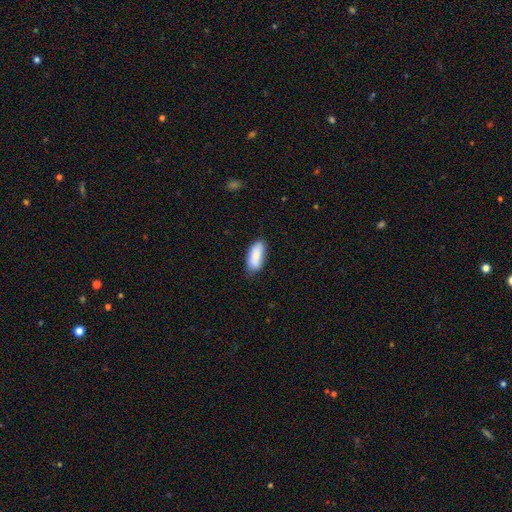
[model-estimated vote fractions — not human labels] A smooth galaxy with no disk features (80%) that is in between round and cigar-shaped (83%).

Vote fractions:
- Smooth or featured? smooth: 80% / featured or disk: 14% / star or artifact: 6%
- How rounded? in between: 83% / cigar-shaped: 15% / round: 2%
- Merging? none: 78% / minor disturbance: 18% / major disturbance: 3% / merger: 2%